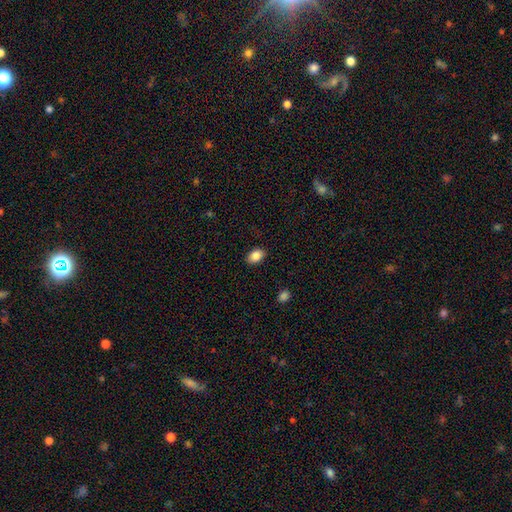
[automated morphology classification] smooth_or_featured: smooth (p=0.86) [alt: star or artifact p=0.08]
how_rounded: in between (p=0.80) [alt: round p=0.18]
merging: none (p=0.88) [alt: minor disturbance p=0.09]